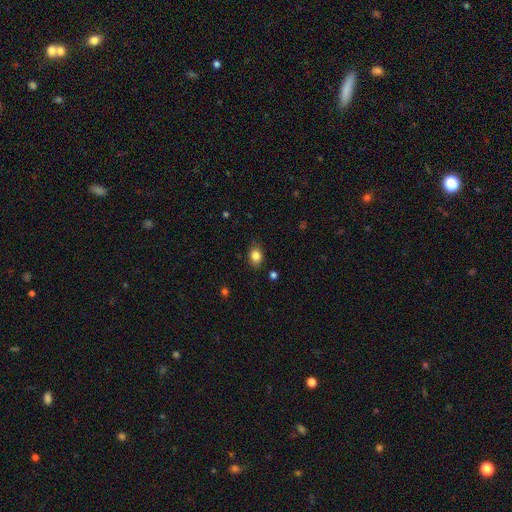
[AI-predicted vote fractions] Smooth or featured?
  - smooth: 84% *
  - star or artifact: 10%
  - featured or disk: 6%
How rounded?
  - in between: 65% *
  - round: 34%
  - cigar-shaped: 1%
Merging?
  - none: 82% *
  - minor disturbance: 13%
  - major disturbance: 3%
  - merger: 1%